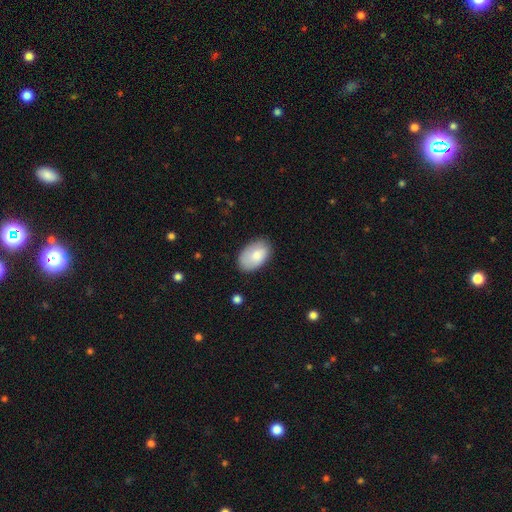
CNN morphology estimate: Smooth or featured: smooth — 80% (featured or disk — 13%)
How rounded: in between — 92% (round — 6%)
Merging: none — 76% (minor disturbance — 18%)